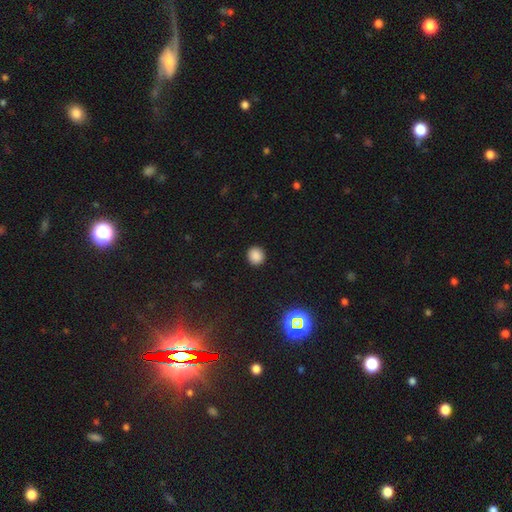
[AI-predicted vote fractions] Smooth or featured?
  - smooth: 86% *
  - star or artifact: 11%
  - featured or disk: 3%
How rounded?
  - round: 90% *
  - in between: 10%
  - cigar-shaped: 1%
Merging?
  - none: 91% *
  - minor disturbance: 6%
  - major disturbance: 2%
  - merger: 1%